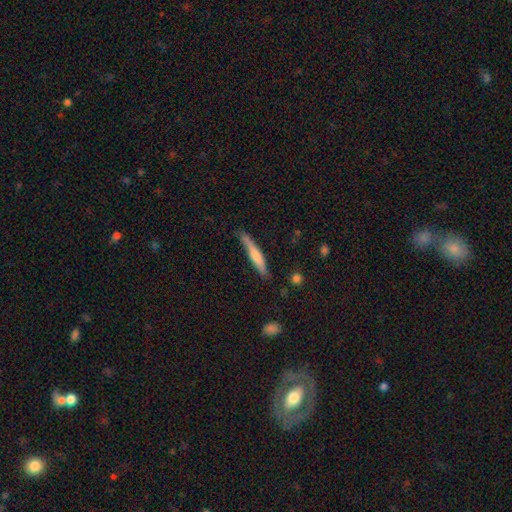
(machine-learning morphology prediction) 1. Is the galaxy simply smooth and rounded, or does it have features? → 49% featured or disk, 44% smooth, 6% star or artifact.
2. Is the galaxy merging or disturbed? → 79% none, 16% minor disturbance, 3% major disturbance, 2% merger.